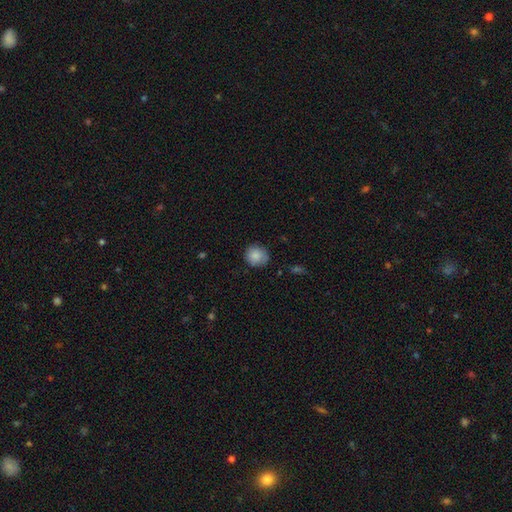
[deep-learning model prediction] A smooth galaxy with no disk features (85%) that is round (85%). Merging: none (78%).